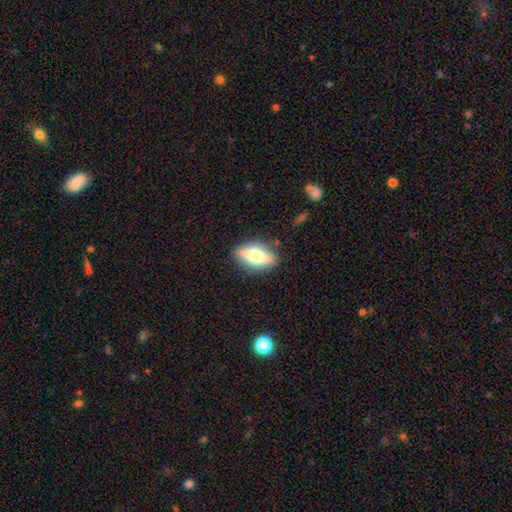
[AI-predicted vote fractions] The model was most divided on "smooth or featured": smooth: 49%, featured or disk: 43%, star or artifact: 8%. More confident: merging — none (85%).